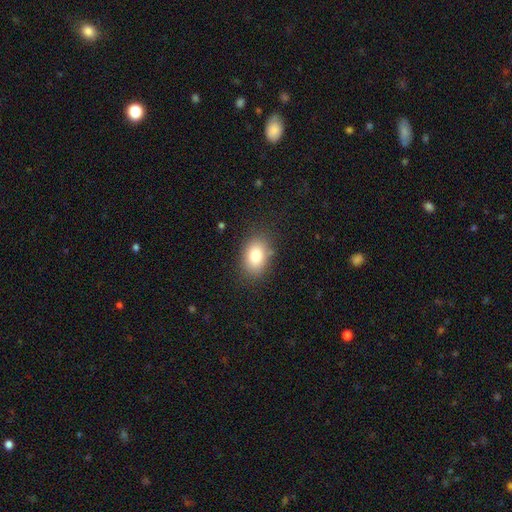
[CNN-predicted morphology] This appears to be a smooth galaxy with no disk features (82%) that is in between round and cigar-shaped (79%). Merging: none (83%).